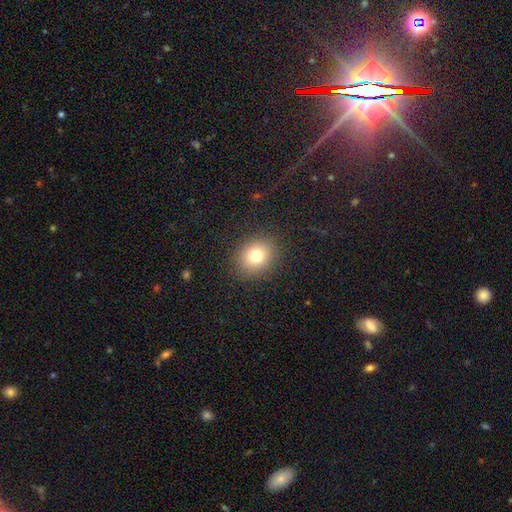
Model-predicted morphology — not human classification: type=smooth (77%); roundness=round (69%); merging=none (88%).